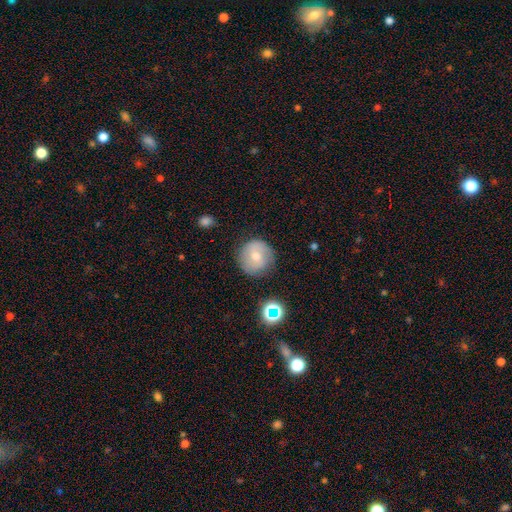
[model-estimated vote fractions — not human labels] Overall: smooth (64%; featured or disk 26%). How rounded: round (93%). Merging: none (80%).